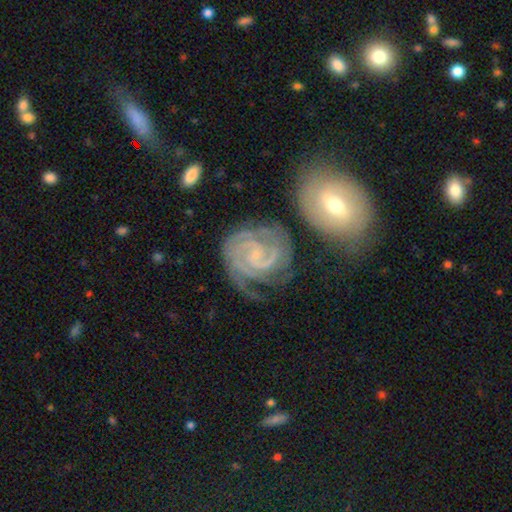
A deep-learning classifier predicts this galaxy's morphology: Q: Smooth or featured?
A: featured or disk (89%); runner-up: star or artifact (5%)
Q: Edge-on disk?
A: no (98%); runner-up: yes (2%)
Q: Bar?
A: no (45%); runner-up: weak (40%)
Q: Spiral arms?
A: yes (98%); runner-up: no (2%)
Q: Spiral winding?
A: tight (72%); runner-up: medium (25%)
Q: Spiral arm count?
A: 2 (49%); runner-up: 3 (25%)
Q: Bulge size?
A: small (74%); runner-up: none (13%)
Q: Merging?
A: none (63%); runner-up: minor disturbance (19%)